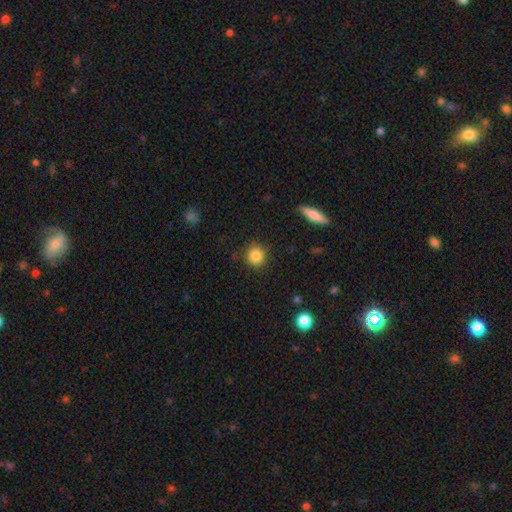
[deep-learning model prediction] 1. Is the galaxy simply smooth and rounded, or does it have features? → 85% smooth, 10% star or artifact, 5% featured or disk.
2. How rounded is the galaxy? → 90% round, 9% in between, 1% cigar-shaped.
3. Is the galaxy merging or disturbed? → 88% none, 8% minor disturbance, 2% major disturbance, 1% merger.